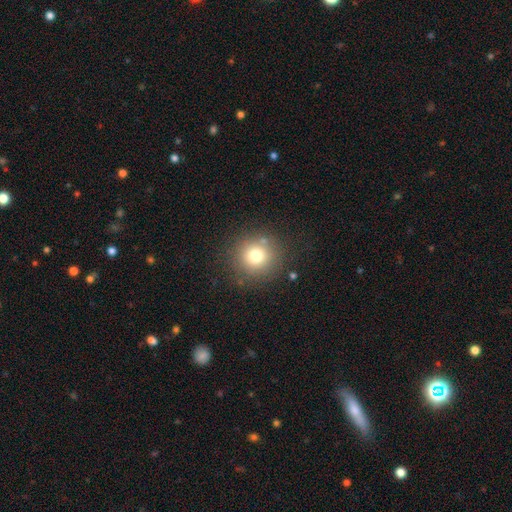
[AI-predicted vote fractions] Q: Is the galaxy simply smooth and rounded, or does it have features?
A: smooth — 76%.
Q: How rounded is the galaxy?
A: round — 93%.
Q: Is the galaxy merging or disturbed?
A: none — 83%.